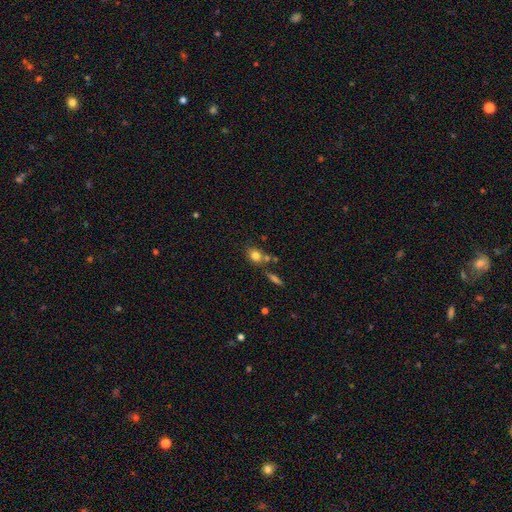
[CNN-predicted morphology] This appears to be a smooth galaxy with no disk features (79%) that is round (49%). Merging: none (60%).